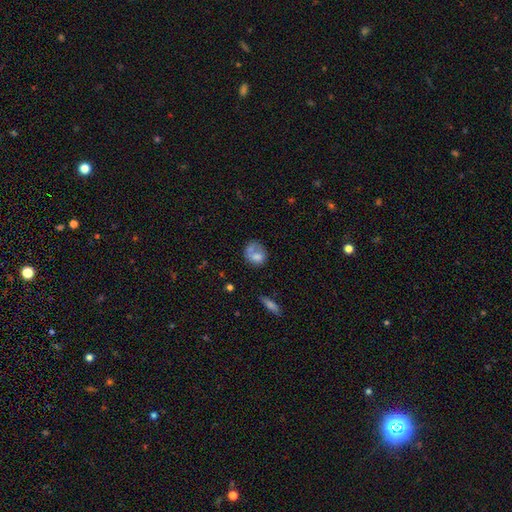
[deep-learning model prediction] Smooth or featured: smooth — 66% (featured or disk — 25%)
How rounded: round — 59% (in between — 39%)
Merging: none — 39% (minor disturbance — 22%)